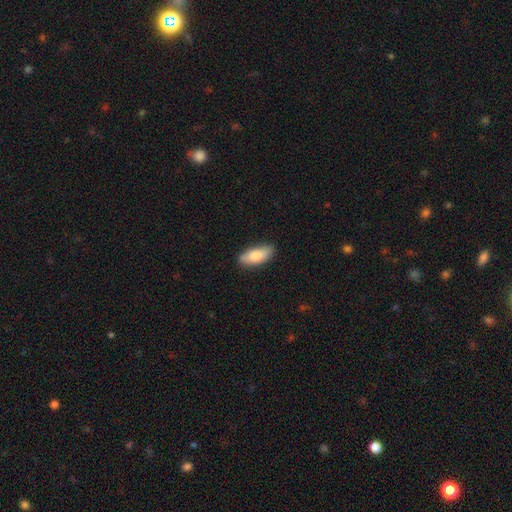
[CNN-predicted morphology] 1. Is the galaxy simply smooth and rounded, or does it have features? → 81% smooth, 14% featured or disk, 6% star or artifact.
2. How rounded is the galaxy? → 78% in between, 20% cigar-shaped, 2% round.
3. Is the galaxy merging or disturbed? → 86% none, 11% minor disturbance, 2% major disturbance, 1% merger.